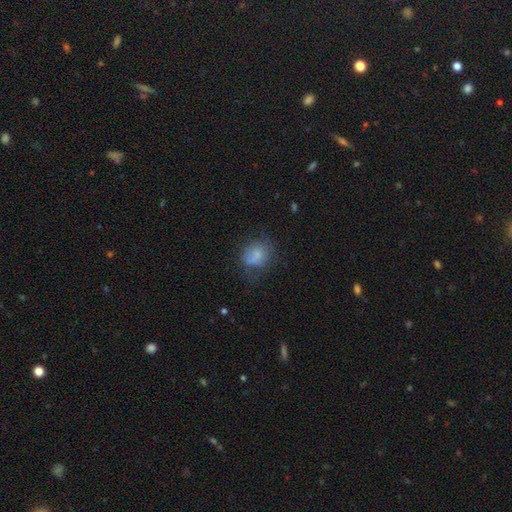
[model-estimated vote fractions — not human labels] Smooth or featured?
  - smooth: 69% *
  - featured or disk: 19%
  - star or artifact: 12%
How rounded?
  - round: 62% *
  - in between: 37%
  - cigar-shaped: 1%
Merging?
  - none: 47% *
  - minor disturbance: 27%
  - major disturbance: 20%
  - merger: 6%